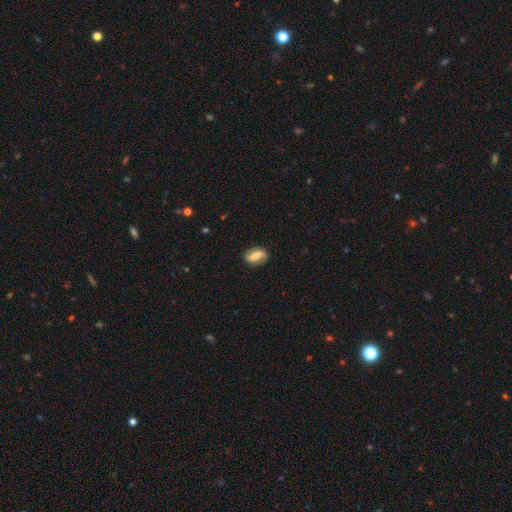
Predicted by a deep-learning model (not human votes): Q: Smooth or featured?
A: smooth (50%); runner-up: featured or disk (42%)
Q: Merging?
A: none (77%); runner-up: minor disturbance (17%)